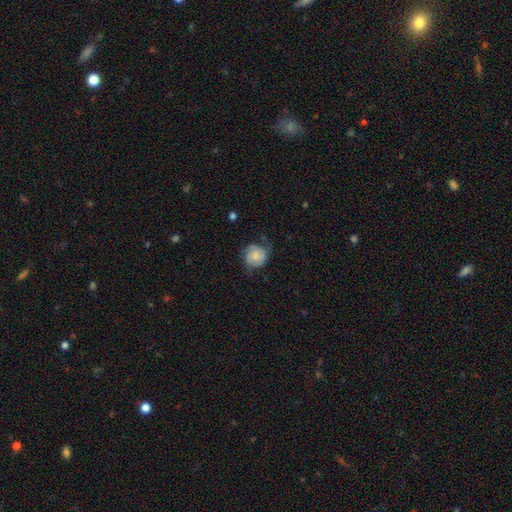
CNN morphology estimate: type=smooth (46%, tied with featured or disk); merging=none (58%).